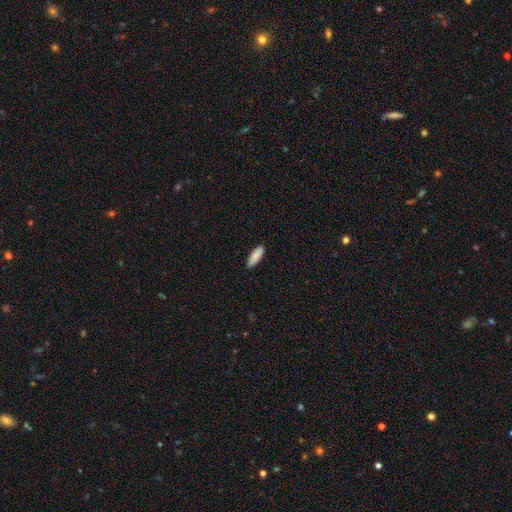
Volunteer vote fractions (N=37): Morphology: type=smooth (89%); roundness=in between (58%); merging=none (83%).